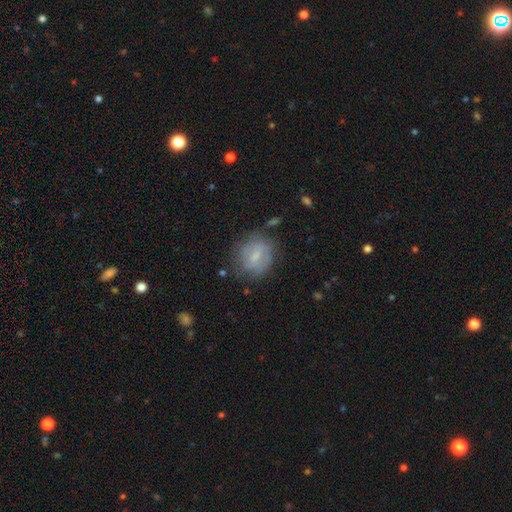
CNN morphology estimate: Q: Smooth or featured?
A: smooth (49%); runner-up: featured or disk (43%)
Q: Merging?
A: none (64%); runner-up: minor disturbance (23%)